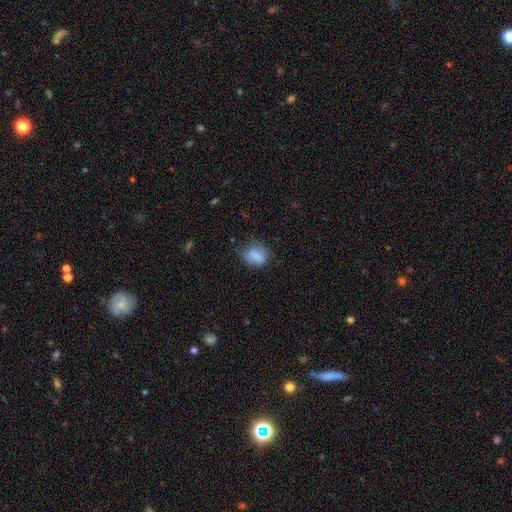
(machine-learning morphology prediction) The model was most divided on "how rounded": in between: 64%, round: 34%, cigar-shaped: 2%. More confident: smooth or featured — smooth (80%); merging — none (59%).